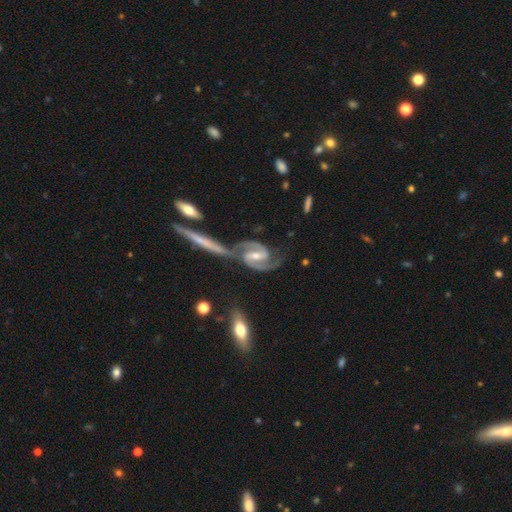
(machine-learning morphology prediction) A featured or disk galaxy (92%) with a strong bar (47%), 2 (94%) medium (63%) spiral arms (98%) and a moderate central bulge (52%).

Vote fractions:
- Smooth or featured? featured or disk: 92% / star or artifact: 4% / smooth: 4%
- Edge-on disk? no: 97% / yes: 3%
- Bar? strong: 47% / weak: 40% / no: 13%
- Spiral arms? yes: 98% / no: 2%
- Spiral winding? medium: 63% / tight: 22% / loose: 15%
- Spiral arm count? 2: 94% / can't tell: 2% / 3: 1% / 1: 1% / 4: 1% / more than 4: 1%
- Bulge size? moderate: 52% / small: 42% / large: 3% / none: 2% / dominant: 1%
- Merging? none: 54% / merger: 27% / minor disturbance: 13% / major disturbance: 6%